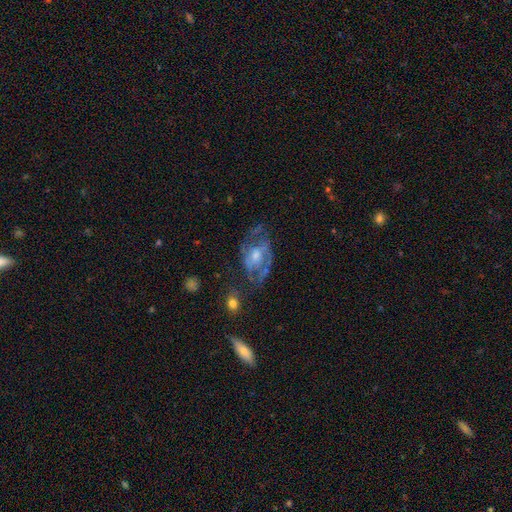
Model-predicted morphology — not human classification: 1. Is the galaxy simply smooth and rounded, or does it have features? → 74% featured or disk, 18% smooth, 8% star or artifact.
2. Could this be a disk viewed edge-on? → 96% no, 4% yes.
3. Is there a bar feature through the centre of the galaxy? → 61% no, 33% weak, 7% strong.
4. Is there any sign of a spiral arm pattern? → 72% yes, 28% no.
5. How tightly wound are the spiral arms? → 47% medium, 29% tight, 25% loose.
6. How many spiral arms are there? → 47% 2, 30% can't tell, 9% 3, 7% 1, 3% 4, 3% more than 4.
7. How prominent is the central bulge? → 48% moderate, 36% small, 8% large, 7% none, 1% dominant.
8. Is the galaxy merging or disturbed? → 45% none, 28% major disturbance, 23% minor disturbance, 5% merger.